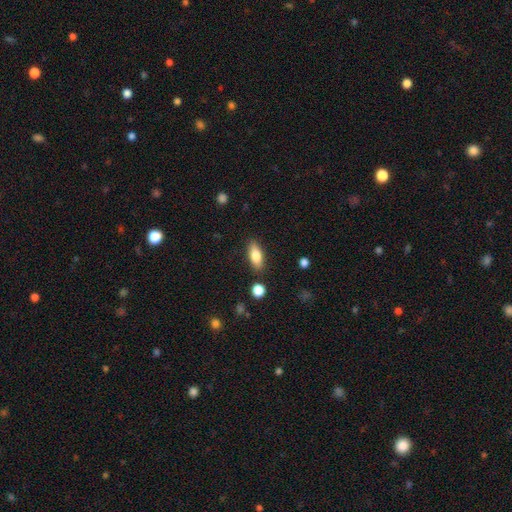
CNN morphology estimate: smooth-or-featured: smooth: 79% | featured or disk: 14% | star or artifact: 7%
  how-rounded: in between: 77% | cigar-shaped: 20% | round: 3%
  merging: none: 85% | minor disturbance: 10% | merger: 2% | major disturbance: 2%